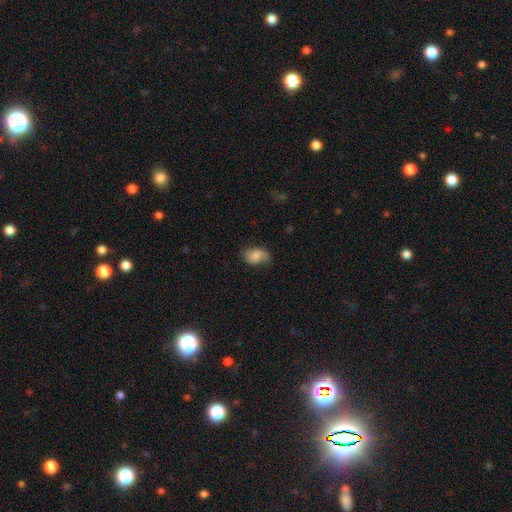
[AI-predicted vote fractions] A smooth galaxy with no disk features (67%) that is in between round and cigar-shaped (84%). Merging: none (62%).